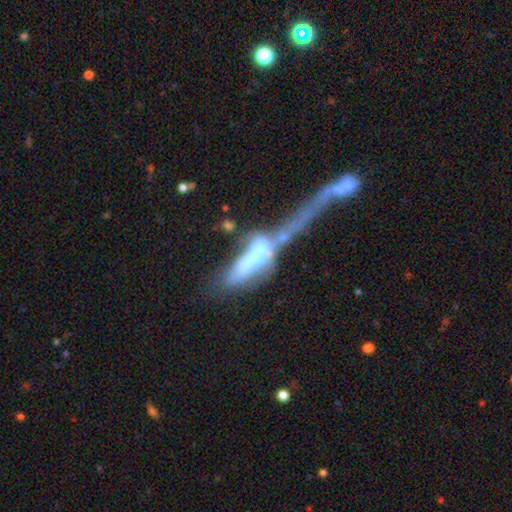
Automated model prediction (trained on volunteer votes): Morphology: type=featured or disk (46%); merging=merger (42%).